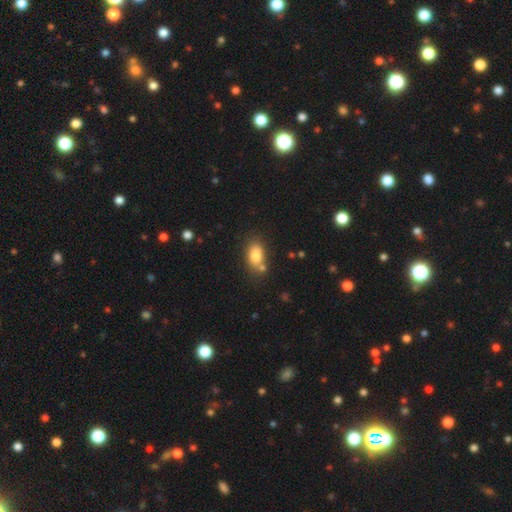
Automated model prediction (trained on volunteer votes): Morphology: type=smooth (82%); roundness=in between (86%); merging=none (65%).